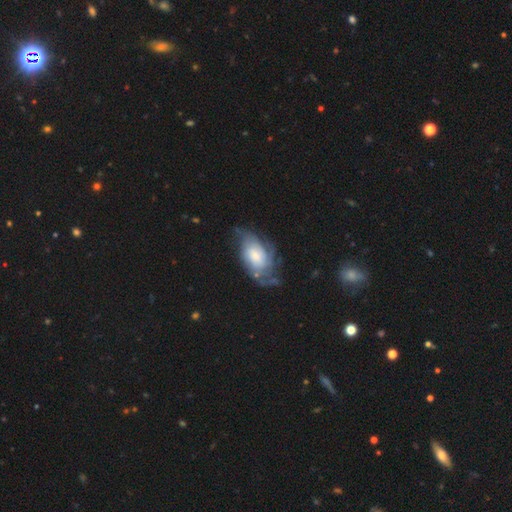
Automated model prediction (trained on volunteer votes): featured or disk 66%, smooth 28%, star or artifact 7%. Down the decision tree: edge-on disk — no (96%); bar — no (73%); spiral arms — yes (83%); spiral arm count — can't tell (43%); spiral winding — tight (39%); bulge size — large (36%); merging — none (44%).